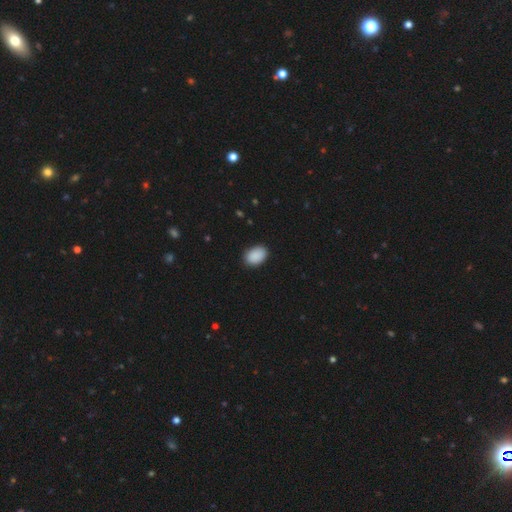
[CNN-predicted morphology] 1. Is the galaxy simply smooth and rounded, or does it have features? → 91% smooth, 7% star or artifact, 2% featured or disk.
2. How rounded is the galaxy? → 84% in between, 15% round, 1% cigar-shaped.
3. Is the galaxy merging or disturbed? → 88% none, 9% minor disturbance, 2% major disturbance, 1% merger.